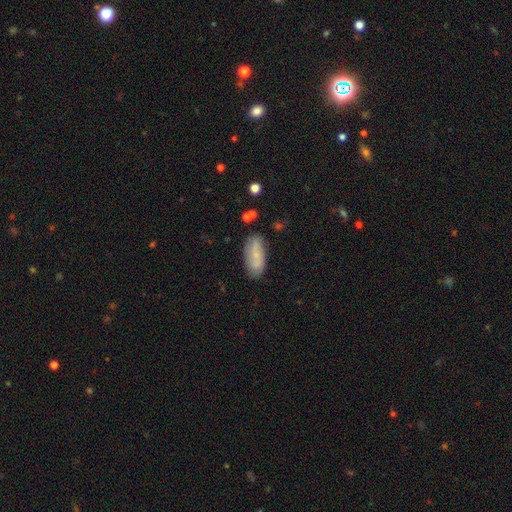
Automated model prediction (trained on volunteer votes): Morphology: type=smooth (60%); roundness=in between (83%); merging=none (69%).